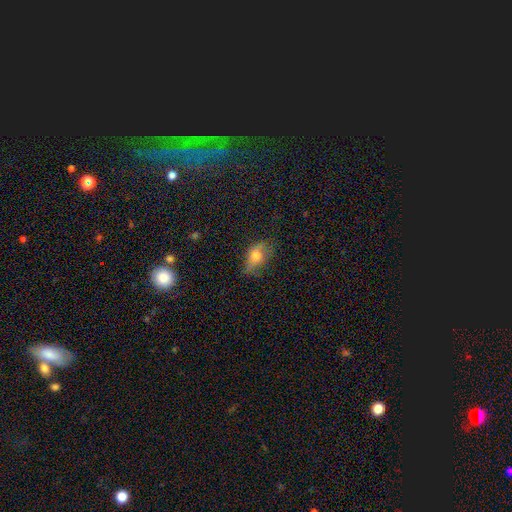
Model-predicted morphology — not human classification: smooth_or_featured: smooth (p=0.66) [alt: featured or disk p=0.24]
how_rounded: in between (p=0.80) [alt: round p=0.13]
merging: none (p=0.57) [alt: minor disturbance p=0.30]